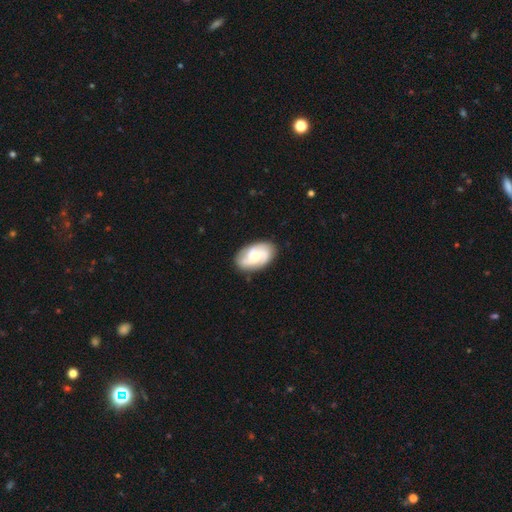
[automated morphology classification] type=featured or disk (69%); edge-on=no (97%); bar=no (68%); spiral arms=yes (95%); winding=tight (44%); arm count=3 (49%); bulge=small (47%); merging=none (81%).